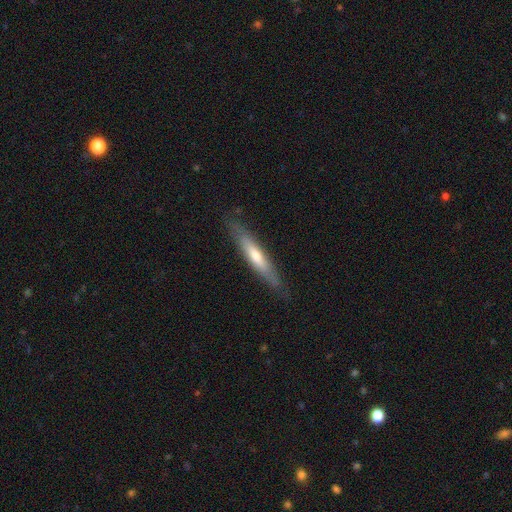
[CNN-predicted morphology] Smooth or featured?
  - featured or disk: 48% *
  - smooth: 46%
  - star or artifact: 6%
Merging?
  - none: 83% *
  - minor disturbance: 13%
  - major disturbance: 3%
  - merger: 1%